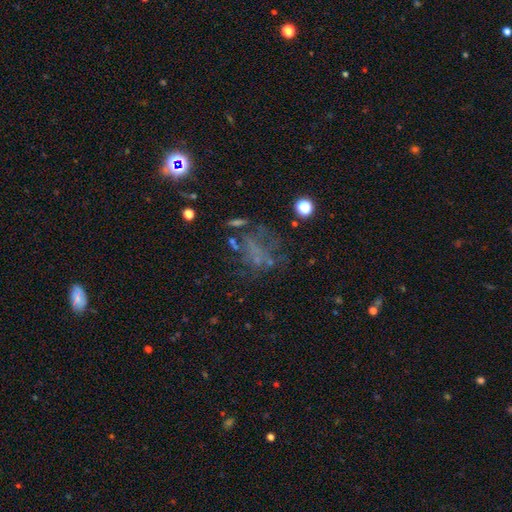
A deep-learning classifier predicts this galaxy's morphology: Smooth or featured?
  - featured or disk: 40% *
  - star or artifact: 32%
  - smooth: 28%
Merging?
  - none: 42% *
  - major disturbance: 32%
  - minor disturbance: 17%
  - merger: 9%